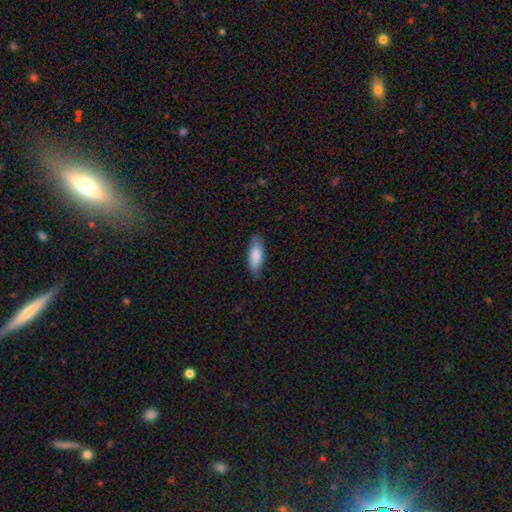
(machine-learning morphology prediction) Smooth or featured: smooth — 84% (featured or disk — 10%)
How rounded: in between — 62% (cigar-shaped — 36%)
Merging: none — 80% (minor disturbance — 16%)